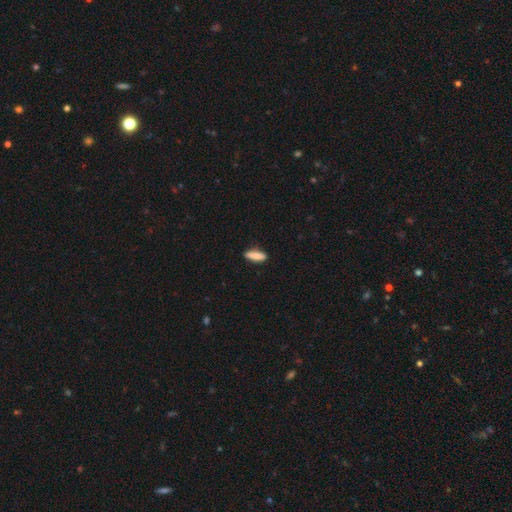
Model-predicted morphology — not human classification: This is clearly a smooth galaxy (84%). How rounded: likely cigar-shaped (63%). Merging: clearly none (87%).